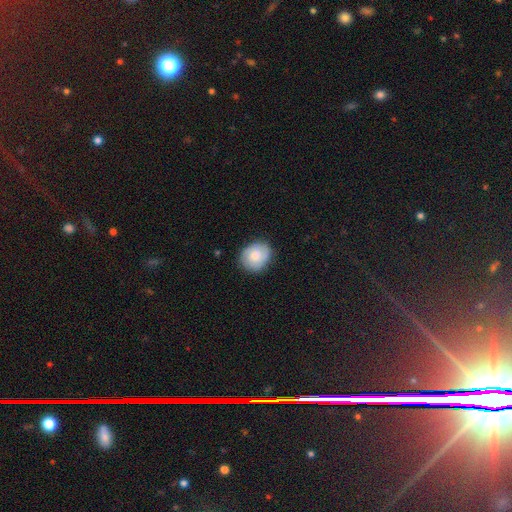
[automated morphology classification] Smooth or featured?
  - smooth: 62% *
  - featured or disk: 31%
  - star or artifact: 7%
How rounded?
  - round: 67% *
  - in between: 32%
  - cigar-shaped: 1%
Merging?
  - none: 79% *
  - minor disturbance: 16%
  - major disturbance: 4%
  - merger: 1%